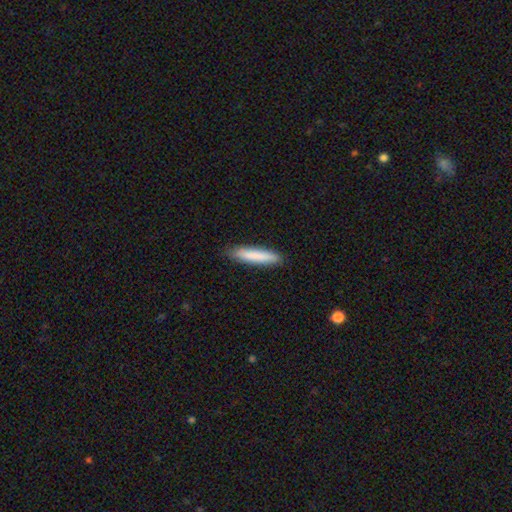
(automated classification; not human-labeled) A smooth galaxy with no disk features (83%) that is cigar-shaped (88%).

Vote fractions:
- Smooth or featured? smooth: 83% / featured or disk: 11% / star or artifact: 6%
- How rounded? cigar-shaped: 88% / in between: 11% / round: 1%
- Merging? none: 87% / minor disturbance: 10% / major disturbance: 2% / merger: 1%